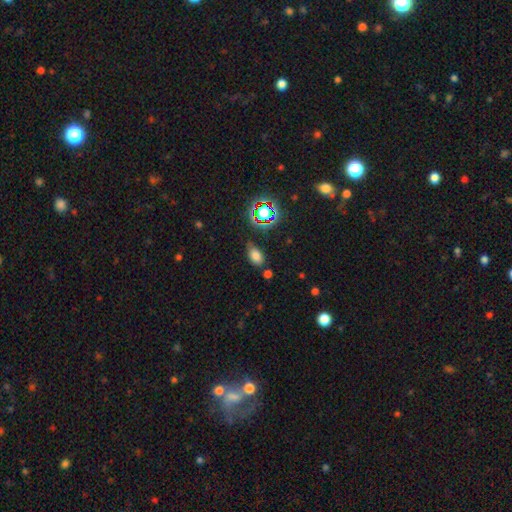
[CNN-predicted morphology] This appears to be a smooth galaxy with no disk features (72%) that is in between round and cigar-shaped (88%). Merging: none (72%).